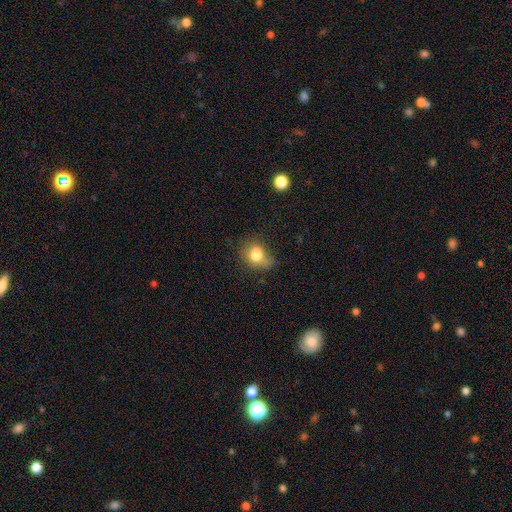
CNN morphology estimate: This is likely a smooth galaxy (75%). How rounded: likely in between (63%). Merging: marginally none (38%).